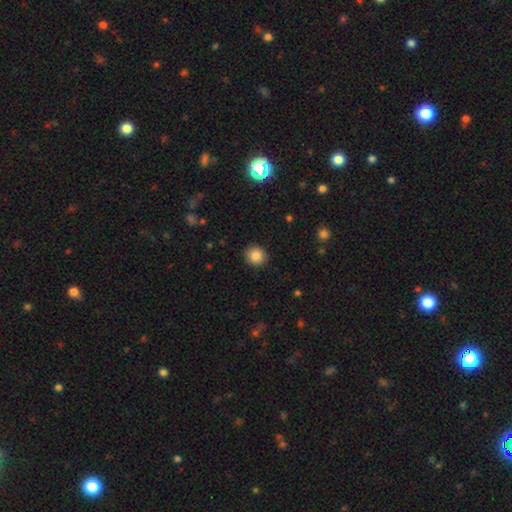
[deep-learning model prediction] smooth_or_featured: smooth (p=0.85) [alt: star or artifact p=0.09]
how_rounded: round (p=0.87) [alt: in between p=0.12]
merging: none (p=0.91) [alt: minor disturbance p=0.06]